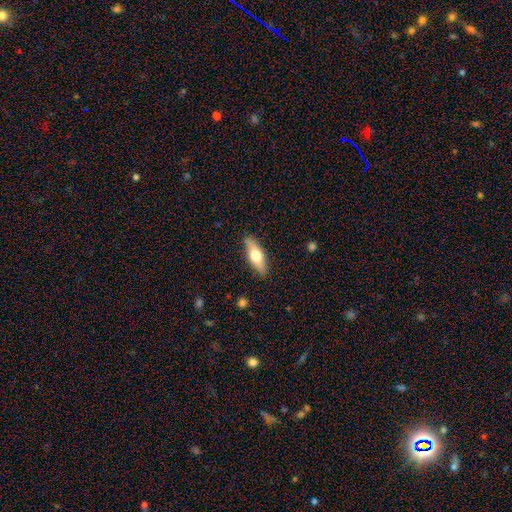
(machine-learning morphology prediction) The model was most divided on "how rounded": in between: 55%, cigar-shaped: 42%, round: 3%. More confident: merging — none (87%); smooth or featured — smooth (55%).